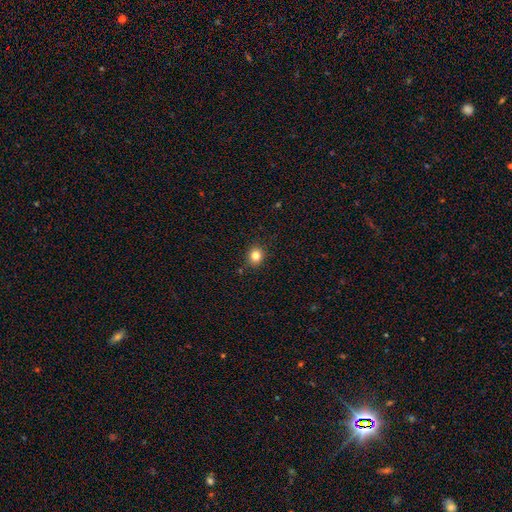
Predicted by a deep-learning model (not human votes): A smooth galaxy with no disk features (82%) that is round (76%). Merging: none (88%).